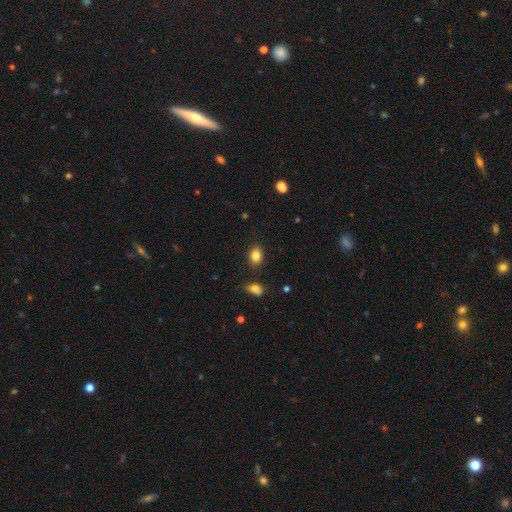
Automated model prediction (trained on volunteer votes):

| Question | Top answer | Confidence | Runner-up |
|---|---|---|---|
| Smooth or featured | smooth | 83% | star or artifact (10%) |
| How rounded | in between | 67% | round (31%) |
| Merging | none | 85% | minor disturbance (9%) |